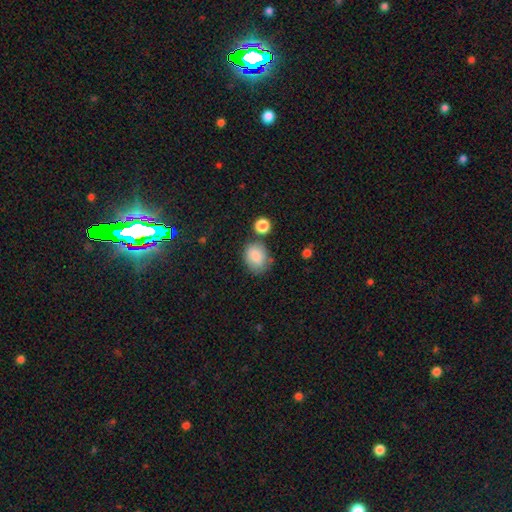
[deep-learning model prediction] A smooth galaxy with no disk features (85%) that is in between round and cigar-shaped (59%). Merging: none (64%).